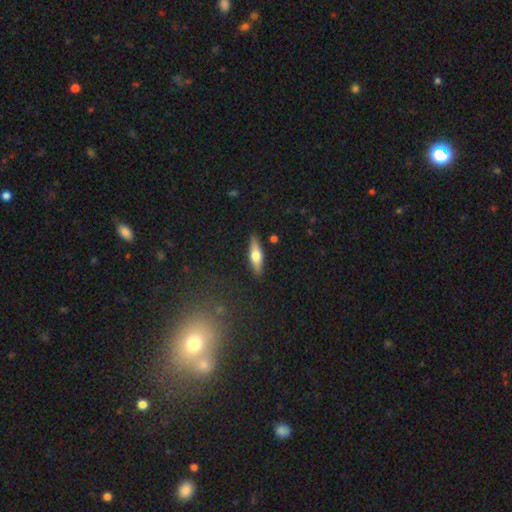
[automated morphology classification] type=smooth (54%); roundness=cigar-shaped (62%); merging=none (88%).